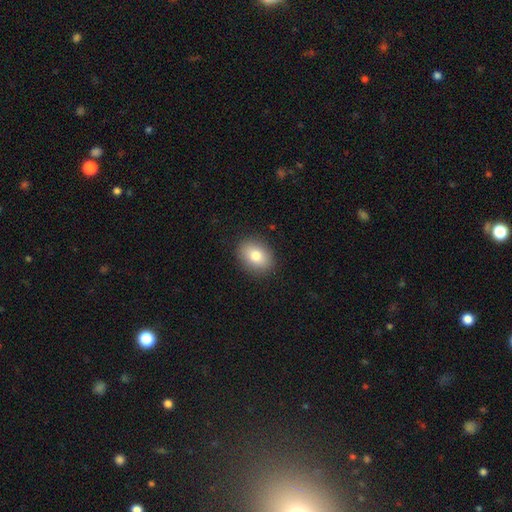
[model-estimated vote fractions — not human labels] Q: Smooth or featured?
A: smooth (82%); runner-up: featured or disk (10%)
Q: How rounded?
A: in between (69%); runner-up: round (30%)
Q: Merging?
A: none (89%); runner-up: minor disturbance (8%)